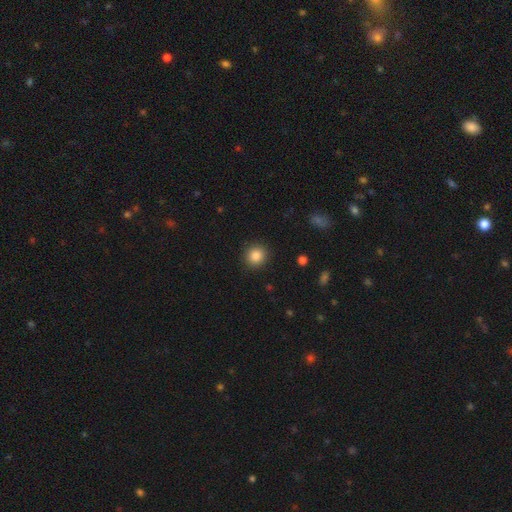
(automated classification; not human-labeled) Smooth or featured: smooth — 86% (star or artifact — 10%)
How rounded: round — 89% (in between — 10%)
Merging: none — 91% (minor disturbance — 6%)